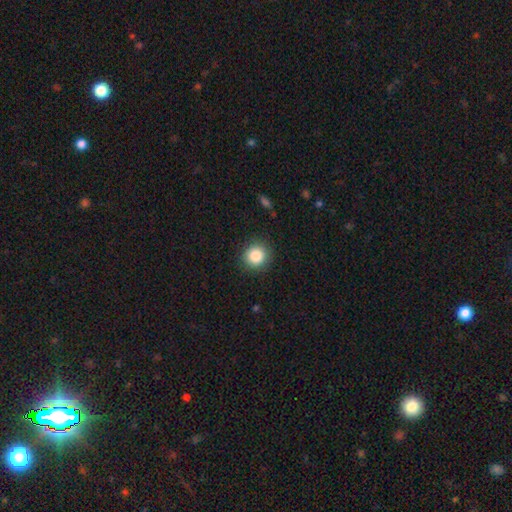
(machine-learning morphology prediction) A smooth galaxy with no disk features (85%) that is round (91%). Merging: none (90%).